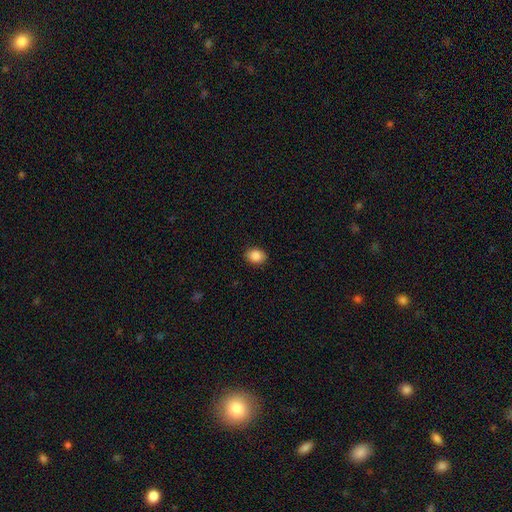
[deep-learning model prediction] Smooth or featured: smooth — 88% (star or artifact — 8%)
How rounded: in between — 55% (round — 45%)
Merging: none — 89% (minor disturbance — 8%)